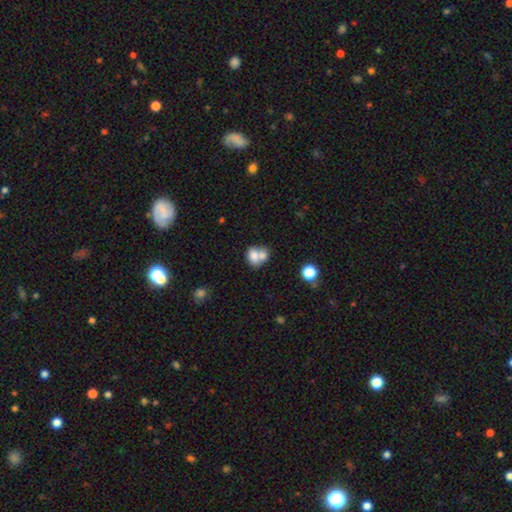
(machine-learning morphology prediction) This appears to be a smooth galaxy with no disk features (74%) that is in between round and cigar-shaped (56%). Merging: merger (65%).